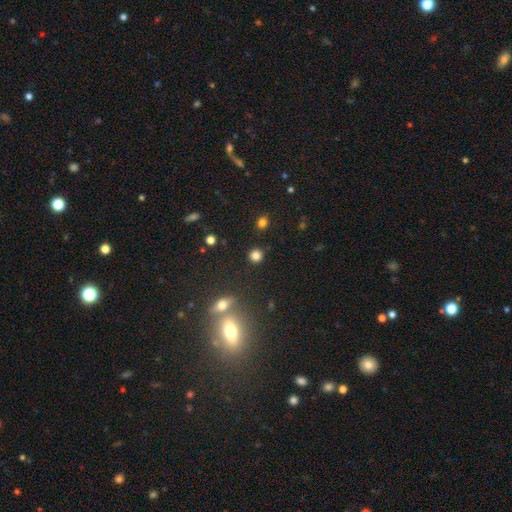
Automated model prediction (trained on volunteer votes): smooth-or-featured: smooth: 81% | star or artifact: 14% | featured or disk: 5%
  how-rounded: round: 90% | in between: 9% | cigar-shaped: 1%
  merging: none: 88% | minor disturbance: 6% | merger: 3% | major disturbance: 2%